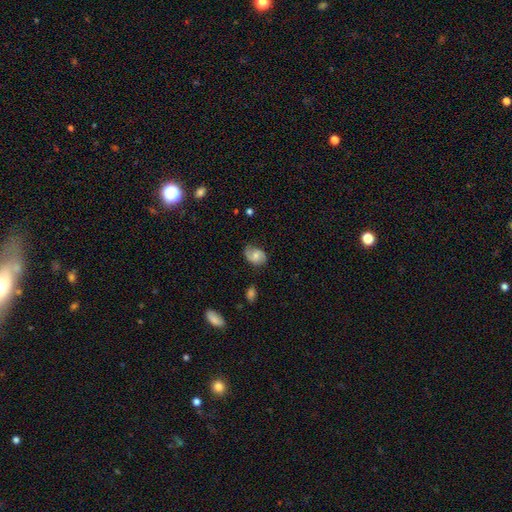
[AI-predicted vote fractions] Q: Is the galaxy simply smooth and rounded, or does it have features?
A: featured or disk — 58%.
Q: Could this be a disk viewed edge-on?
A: no — 97%.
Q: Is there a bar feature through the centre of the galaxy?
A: no — 56%.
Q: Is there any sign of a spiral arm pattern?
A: yes — 88%.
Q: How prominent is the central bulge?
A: moderate — 53%.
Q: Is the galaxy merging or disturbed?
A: none — 67%.